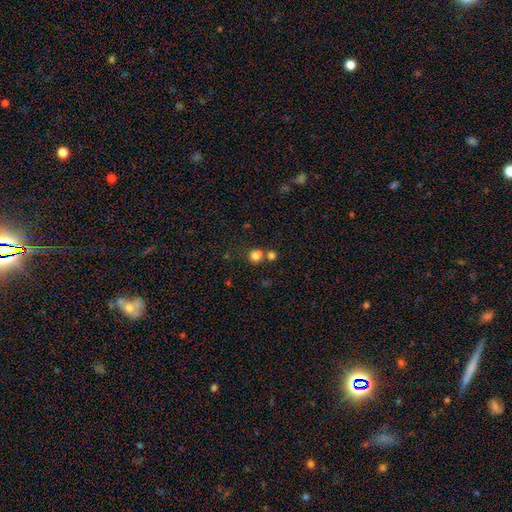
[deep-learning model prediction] smooth_or_featured: smooth (p=0.81) [alt: star or artifact p=0.13]
how_rounded: round (p=0.90) [alt: in between p=0.09]
merging: none (p=0.65) [alt: merger p=0.24]